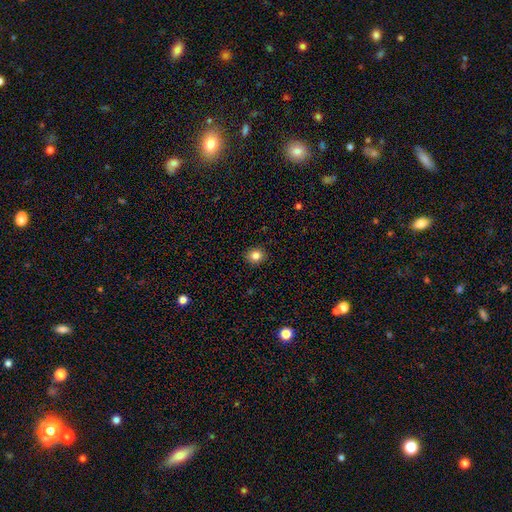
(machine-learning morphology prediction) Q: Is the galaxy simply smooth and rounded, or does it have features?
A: smooth — 83%.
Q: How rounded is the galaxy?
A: round — 75%.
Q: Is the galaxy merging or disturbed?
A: none — 91%.